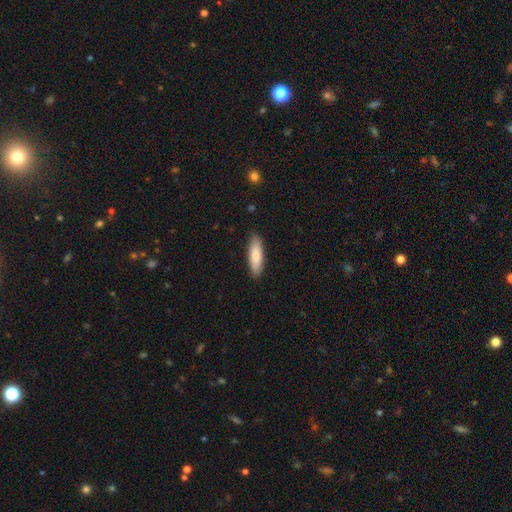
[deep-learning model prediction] This is clearly a smooth galaxy (86%). How rounded: possibly cigar-shaped (54%). Merging: clearly none (87%).